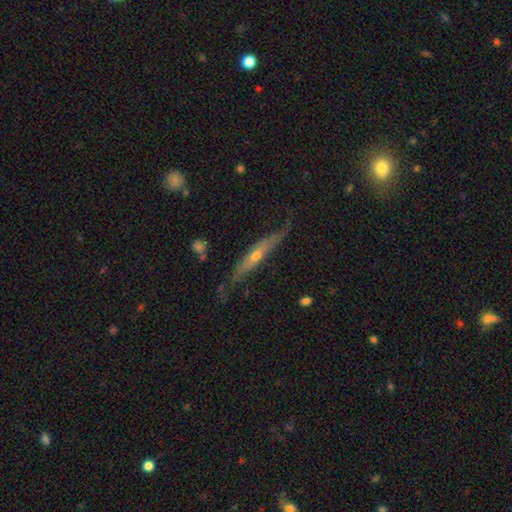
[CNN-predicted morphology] smooth_or_featured: featured or disk (p=0.73) [alt: smooth p=0.20]
disk_edge_on: yes (p=0.88) [alt: no p=0.12]
edge_on_bulge: rounded (p=0.82) [alt: none p=0.15]
merging: none (p=0.71) [alt: minor disturbance p=0.21]